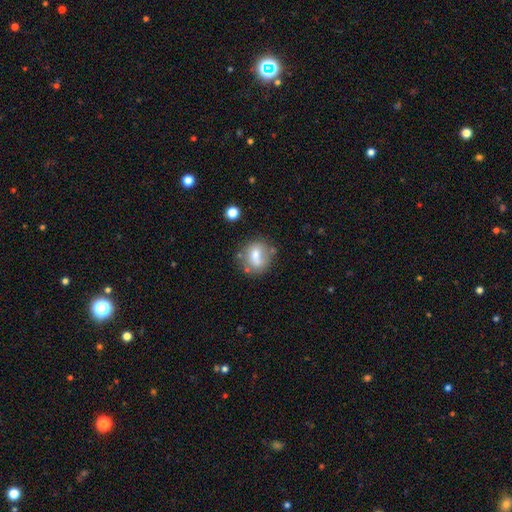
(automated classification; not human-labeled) Smooth or featured: smooth — 68% (featured or disk — 22%)
How rounded: round — 64% (in between — 35%)
Merging: none — 59% (minor disturbance — 21%)